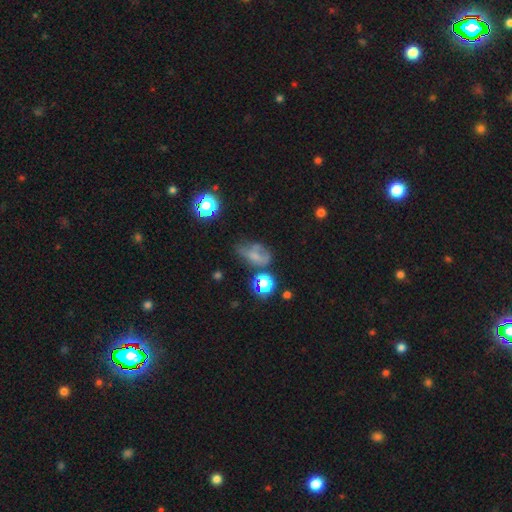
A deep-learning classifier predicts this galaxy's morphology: Q: Smooth or featured?
A: smooth (49%); runner-up: featured or disk (29%)
Q: Merging?
A: none (30%); tied with: major disturbance (30%)